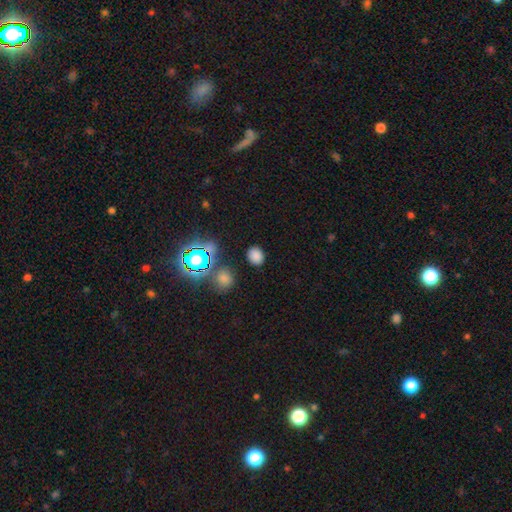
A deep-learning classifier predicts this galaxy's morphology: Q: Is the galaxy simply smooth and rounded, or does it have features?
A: smooth — 77%.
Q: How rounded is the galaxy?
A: round — 52%.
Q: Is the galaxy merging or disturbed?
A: none — 85%.